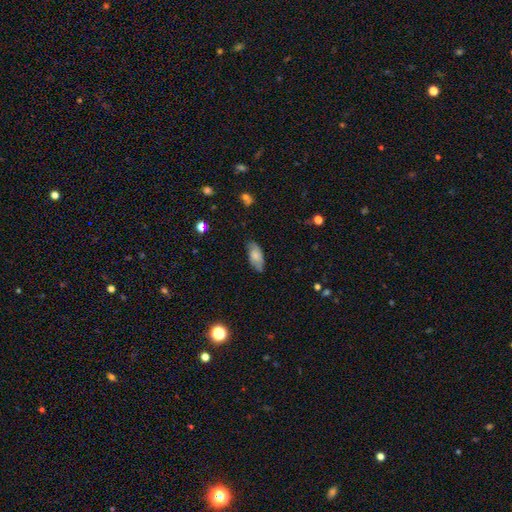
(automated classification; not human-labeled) Smooth or featured?
  - smooth: 72% *
  - featured or disk: 20%
  - star or artifact: 7%
How rounded?
  - in between: 88% *
  - cigar-shaped: 9%
  - round: 3%
Merging?
  - none: 75% *
  - minor disturbance: 20%
  - major disturbance: 4%
  - merger: 1%